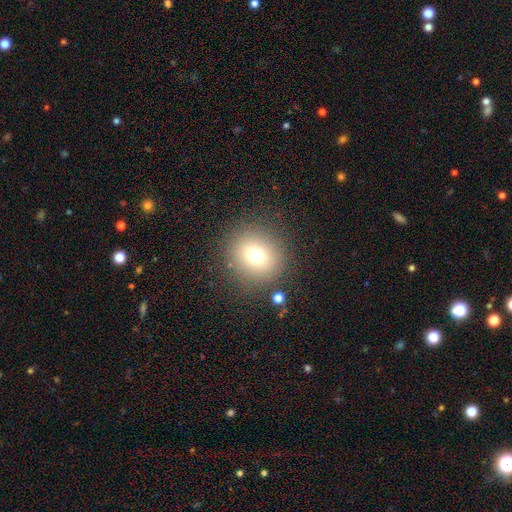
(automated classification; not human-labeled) Smooth or featured: smooth — 73% (star or artifact — 15%)
How rounded: round — 86% (in between — 13%)
Merging: none — 85% (minor disturbance — 8%)